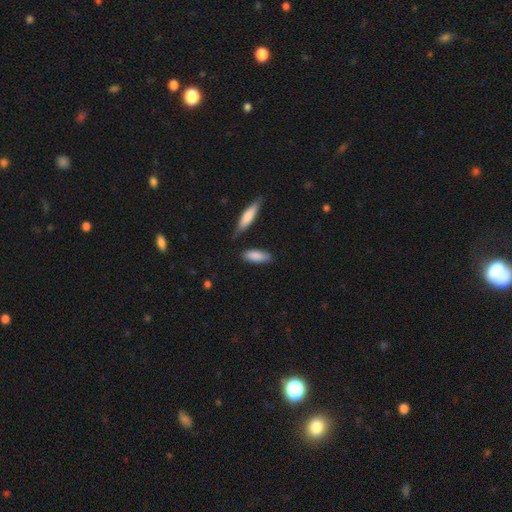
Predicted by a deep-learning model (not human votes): smooth 86%, featured or disk 9%, star or artifact 5%. Down the decision tree: how rounded — in between (68%); merging — none (76%).